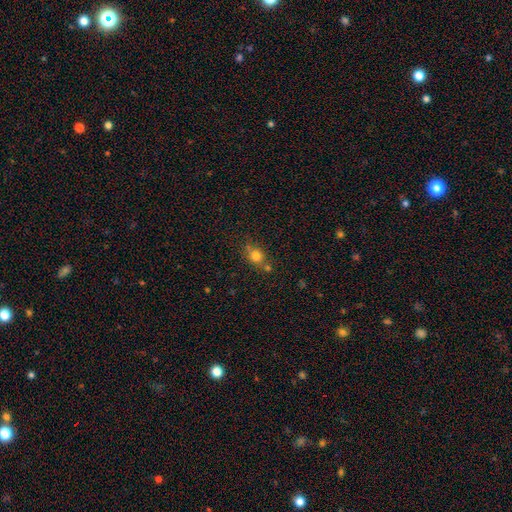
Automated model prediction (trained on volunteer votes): This appears to be a smooth galaxy with no disk features (79%) that is round (66%). Merging: none (62%).